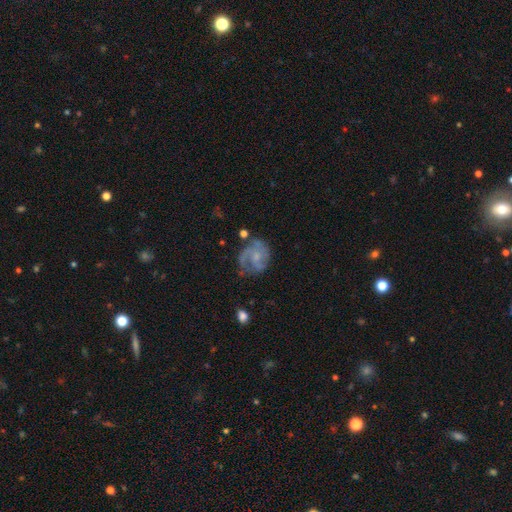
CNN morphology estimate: type=featured or disk (75%); edge-on=no (98%); bar=no (63%); spiral arms=yes (90%); winding=medium (48%); arm count=2 (39%); bulge=small (51%); merging=none (57%).